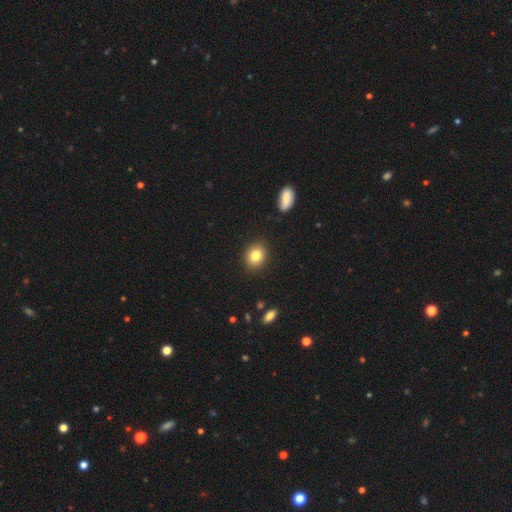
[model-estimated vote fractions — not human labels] Smooth or featured?
  - smooth: 83% *
  - star or artifact: 10%
  - featured or disk: 8%
How rounded?
  - round: 63% *
  - in between: 36%
  - cigar-shaped: 1%
Merging?
  - none: 90% *
  - minor disturbance: 7%
  - major disturbance: 2%
  - merger: 1%